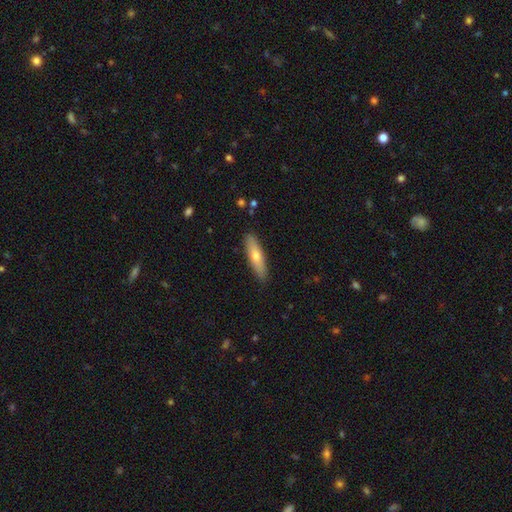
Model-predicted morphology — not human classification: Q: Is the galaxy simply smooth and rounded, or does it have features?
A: smooth — 64%.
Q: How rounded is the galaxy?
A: cigar-shaped — 75%.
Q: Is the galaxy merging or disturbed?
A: none — 89%.